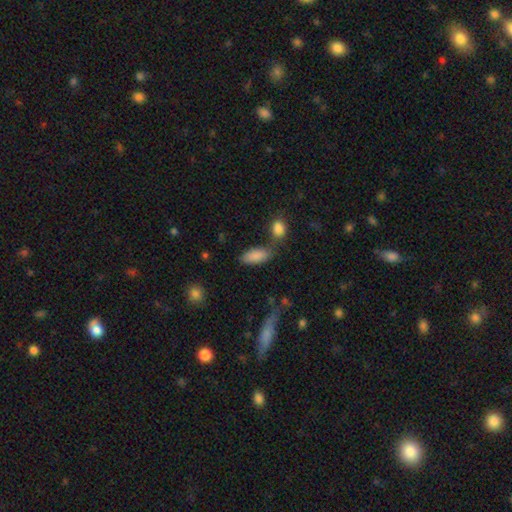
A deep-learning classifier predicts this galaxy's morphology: smooth 87%, star or artifact 7%, featured or disk 5%. Down the decision tree: how rounded — in between (87%); merging — none (61%).